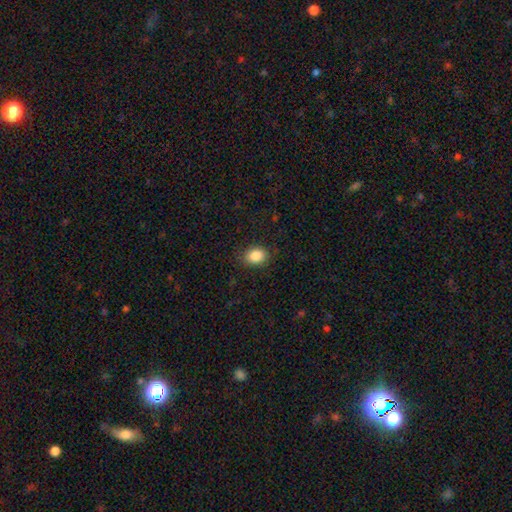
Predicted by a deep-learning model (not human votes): Morphology: type=smooth (87%); roundness=in between (64%); merging=none (86%).